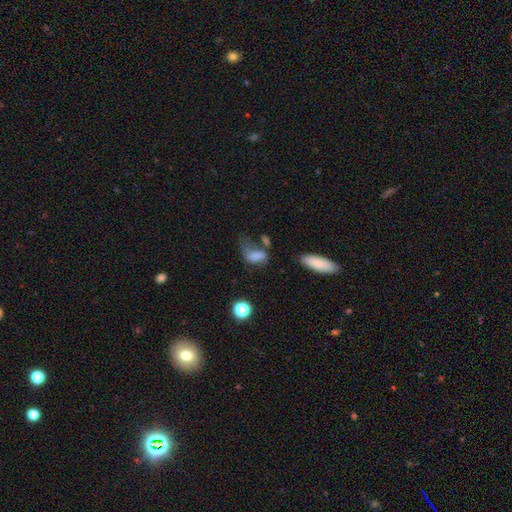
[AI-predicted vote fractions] Overall: smooth (70%). How rounded: in between (83%). Merging: major disturbance (39%; none 24%).